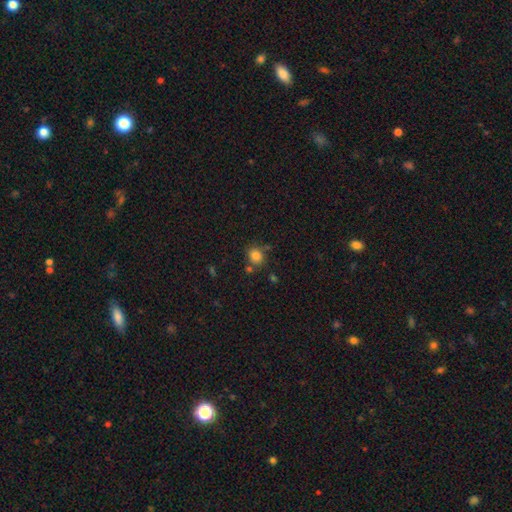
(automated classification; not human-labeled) Morphology: type=smooth (82%); roundness=round (77%); merging=none (72%).